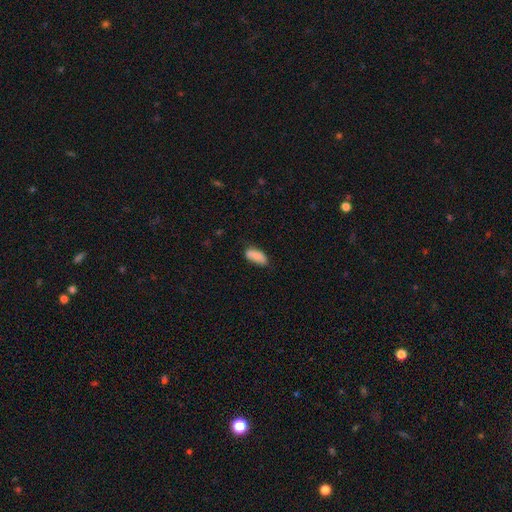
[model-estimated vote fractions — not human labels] Smooth or featured? smooth (86%)
How rounded? in between (85%)
Merging? none (62%)